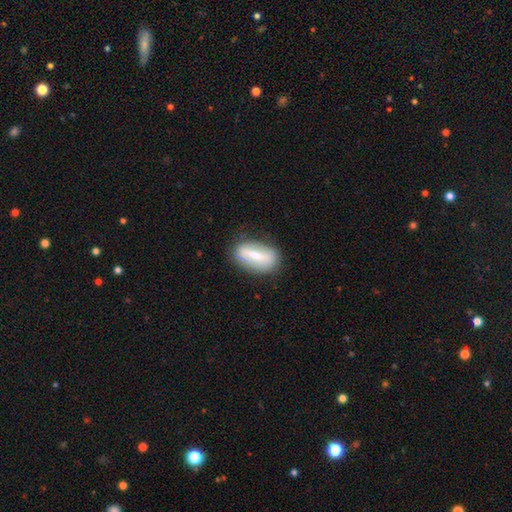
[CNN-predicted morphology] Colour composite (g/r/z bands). It shows a featured or disk galaxy (50%). Merging: none (81%).